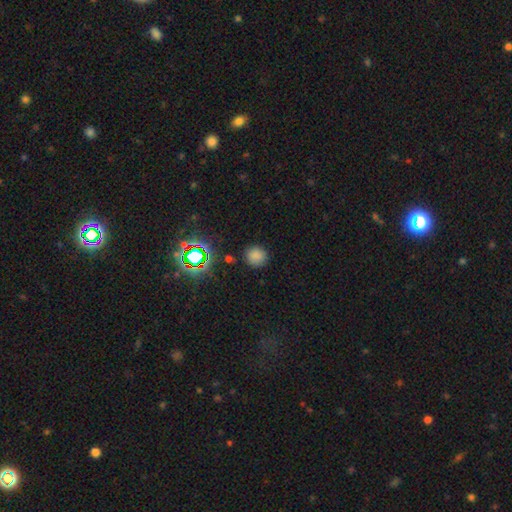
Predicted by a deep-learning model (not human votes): Smooth or featured: smooth — 76% (star or artifact — 19%)
How rounded: round — 90% (in between — 9%)
Merging: none — 86% (minor disturbance — 9%)